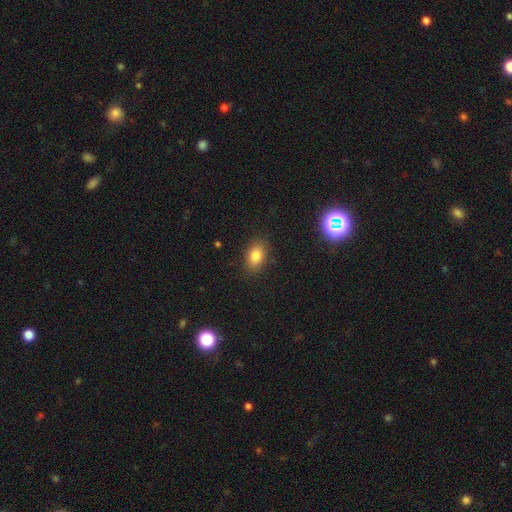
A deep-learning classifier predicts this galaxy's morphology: Q: Smooth or featured?
A: smooth (81%); runner-up: star or artifact (11%)
Q: How rounded?
A: in between (81%); runner-up: round (17%)
Q: Merging?
A: none (84%); runner-up: minor disturbance (11%)